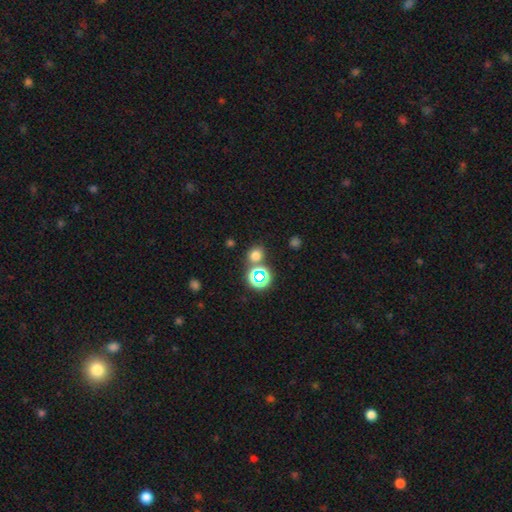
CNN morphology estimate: Smooth or featured? Predicted: smooth (p=0.67). How rounded? Predicted: round (p=0.81). Merging? Predicted: none (p=0.75).